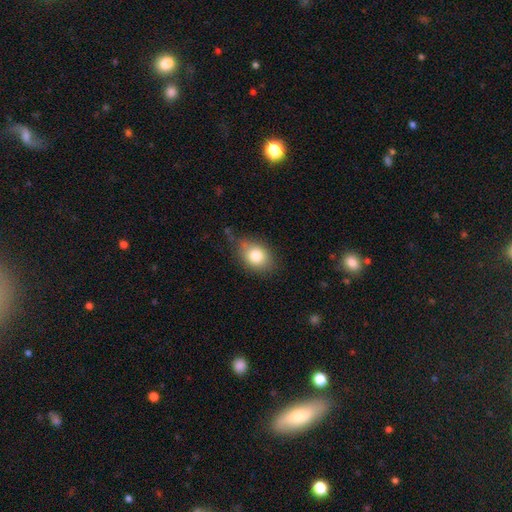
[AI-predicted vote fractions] Smooth or featured? smooth (80%)
How rounded? in between (61%)
Merging? none (67%)